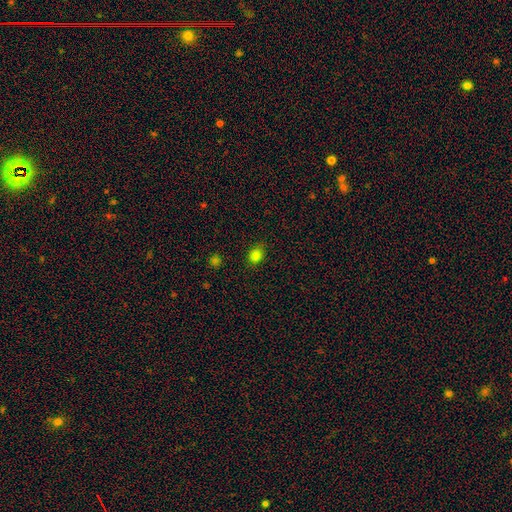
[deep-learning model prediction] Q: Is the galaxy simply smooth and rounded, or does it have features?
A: smooth — 81%.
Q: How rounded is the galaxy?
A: in between — 51%.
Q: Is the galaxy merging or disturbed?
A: none — 77%.